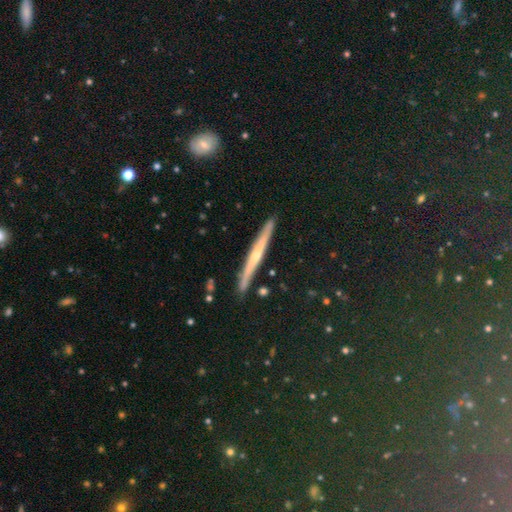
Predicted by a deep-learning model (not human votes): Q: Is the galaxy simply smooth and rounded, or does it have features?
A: featured or disk — 68%.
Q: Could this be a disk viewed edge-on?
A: yes — 96%.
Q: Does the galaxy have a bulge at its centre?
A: rounded — 63%.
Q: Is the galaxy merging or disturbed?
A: none — 89%.